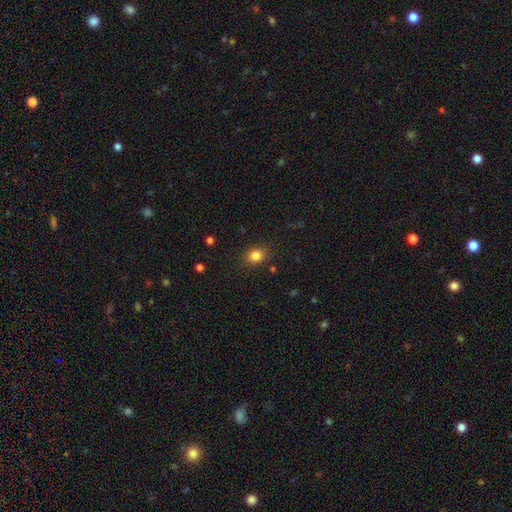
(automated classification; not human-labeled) smooth 82%, star or artifact 12%, featured or disk 6%. Down the decision tree: how rounded — round (58%); merging — none (86%).